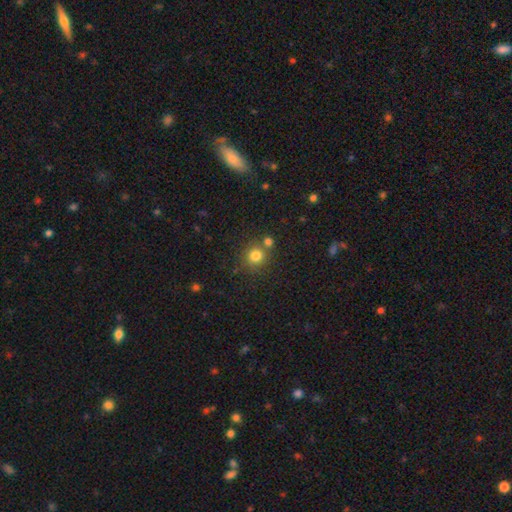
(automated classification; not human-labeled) The model was most divided on "merging": none: 71%, merger: 18%, minor disturbance: 8%, major disturbance: 3%. More confident: how rounded — round (92%); smooth or featured — smooth (80%).